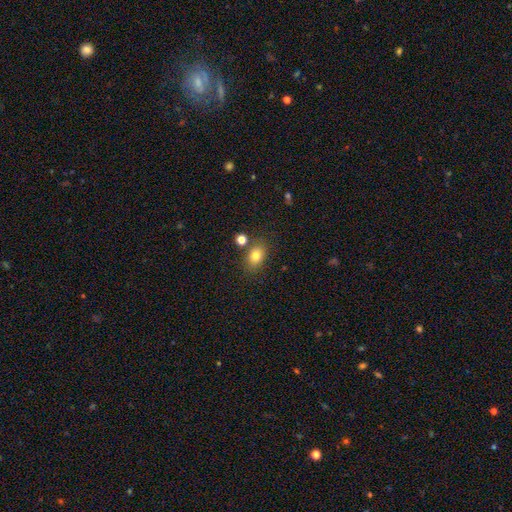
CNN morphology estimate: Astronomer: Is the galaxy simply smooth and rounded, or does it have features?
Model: smooth — 80%.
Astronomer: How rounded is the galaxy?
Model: in between — 72%.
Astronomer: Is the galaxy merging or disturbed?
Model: none — 76%.